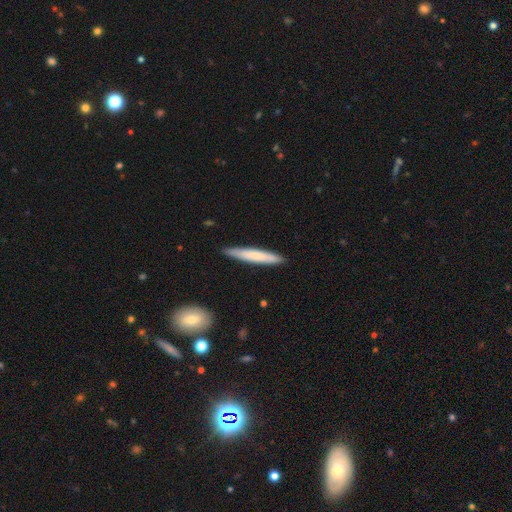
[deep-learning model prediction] Smooth or featured?
  - smooth: 69% *
  - featured or disk: 25%
  - star or artifact: 6%
How rounded?
  - cigar-shaped: 94% *
  - in between: 5%
  - round: 1%
Merging?
  - none: 88% *
  - minor disturbance: 9%
  - major disturbance: 2%
  - merger: 1%